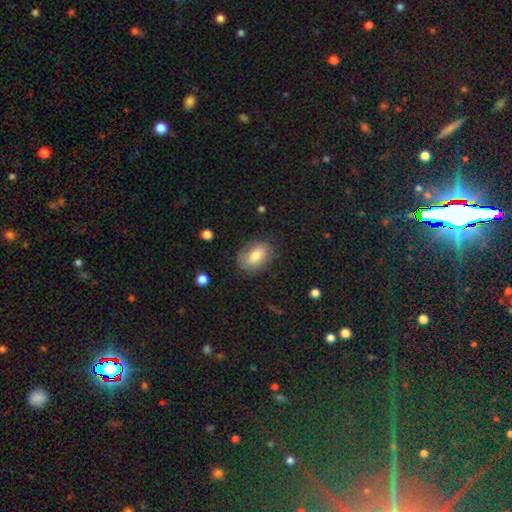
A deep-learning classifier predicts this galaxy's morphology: This is likely a smooth galaxy (72%). How rounded: clearly in between (83%). Merging: likely none (74%).